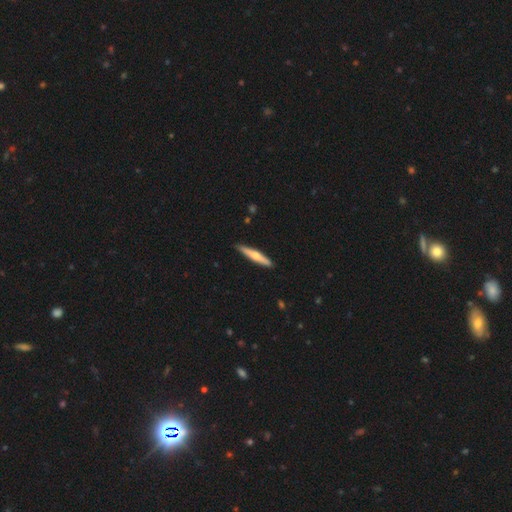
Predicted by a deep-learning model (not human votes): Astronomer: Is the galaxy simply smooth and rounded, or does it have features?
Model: featured or disk — 49% (runner-up: smooth, 46%).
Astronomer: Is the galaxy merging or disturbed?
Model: none — 90%.